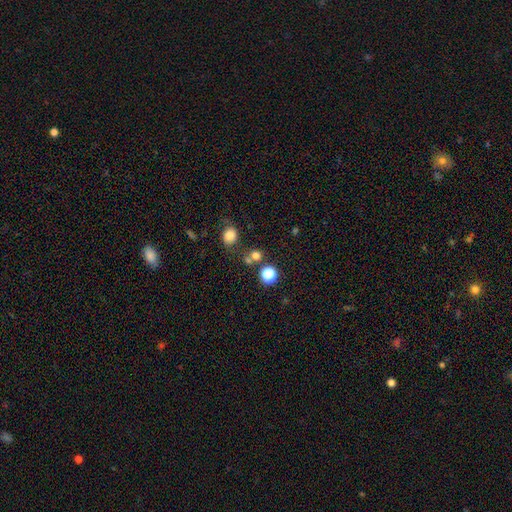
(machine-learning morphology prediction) Overall: smooth (71%). How rounded: round (83%). Merging: none (65%).